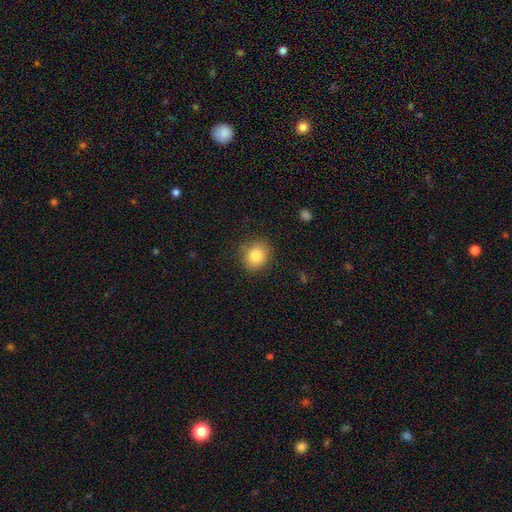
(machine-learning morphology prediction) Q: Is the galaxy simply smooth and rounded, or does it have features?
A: smooth — 83%.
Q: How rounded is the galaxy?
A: round — 78%.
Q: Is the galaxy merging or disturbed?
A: none — 86%.